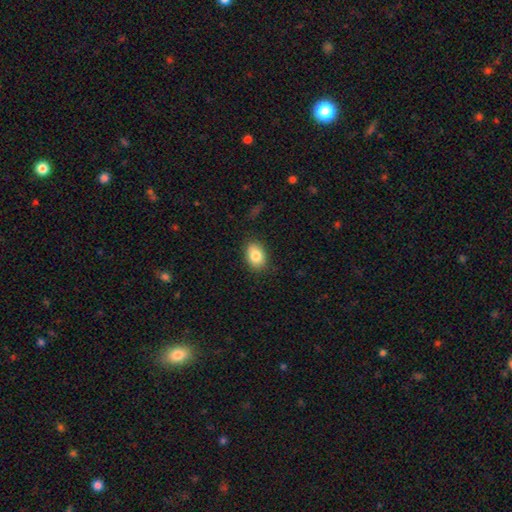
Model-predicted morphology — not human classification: Q: Smooth or featured?
A: smooth (84%); runner-up: featured or disk (9%)
Q: How rounded?
A: in between (78%); runner-up: round (21%)
Q: Merging?
A: none (85%); runner-up: minor disturbance (11%)